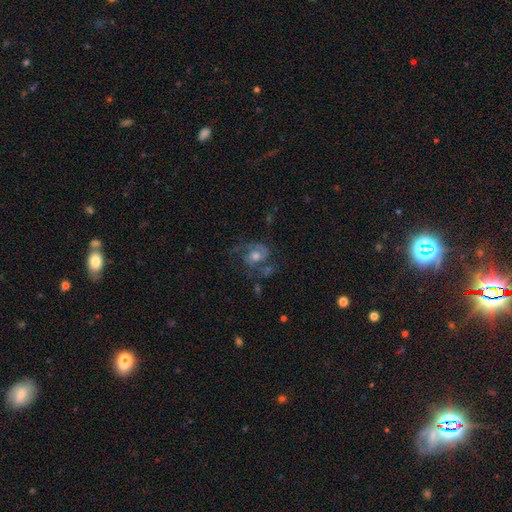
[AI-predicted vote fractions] smooth_or_featured: featured or disk (p=0.78) [alt: smooth p=0.13]
disk_edge_on: no (p=0.98) [alt: yes p=0.02]
bar: no (p=0.63) [alt: weak p=0.30]
has_spiral_arms: yes (p=0.93) [alt: no p=0.07]
spiral_winding: medium (p=0.51) [alt: tight p=0.26]
spiral_arm_count: 2 (p=0.77) [alt: 1 p=0.08]
bulge_size: moderate (p=0.64) [alt: small p=0.23]
merging: none (p=0.57) [alt: major disturbance p=0.19]